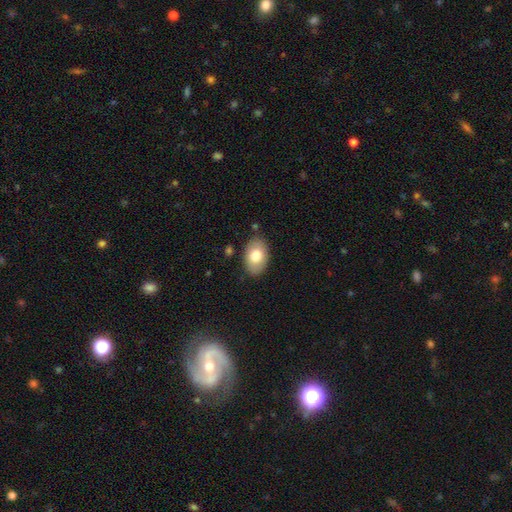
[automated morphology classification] smooth_or_featured: smooth (p=0.76) [alt: featured or disk p=0.17]
how_rounded: in between (p=0.89) [alt: round p=0.09]
merging: none (p=0.84) [alt: minor disturbance p=0.11]